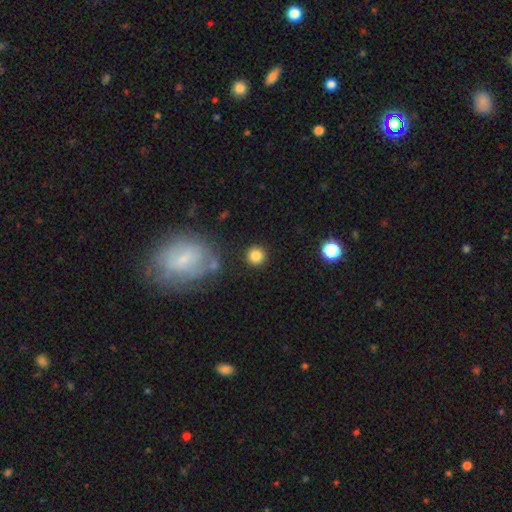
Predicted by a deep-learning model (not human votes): Smooth or featured? smooth (84%)
How rounded? round (95%)
Merging? none (88%)